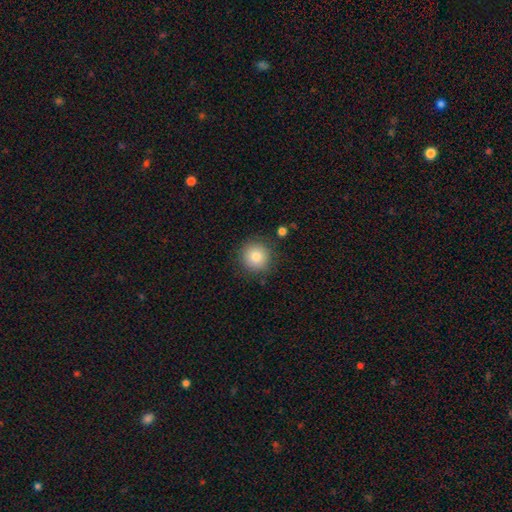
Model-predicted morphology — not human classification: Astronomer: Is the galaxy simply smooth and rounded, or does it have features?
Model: smooth — 82%.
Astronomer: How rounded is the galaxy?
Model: round — 94%.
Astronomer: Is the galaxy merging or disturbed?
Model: none — 87%.